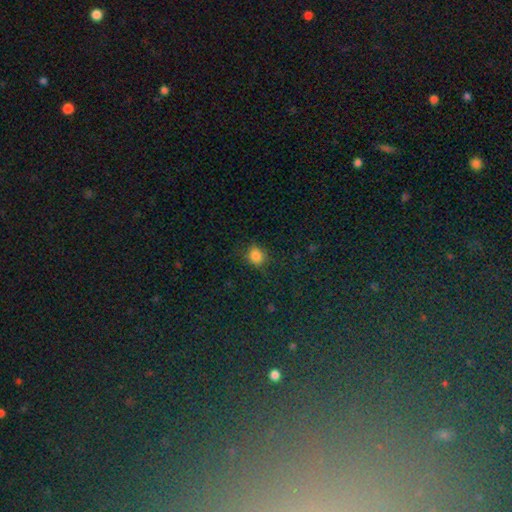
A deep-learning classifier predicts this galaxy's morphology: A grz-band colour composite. It shows a smooth galaxy with no disk features (81%) that is round (73%). Merging: none (78%).